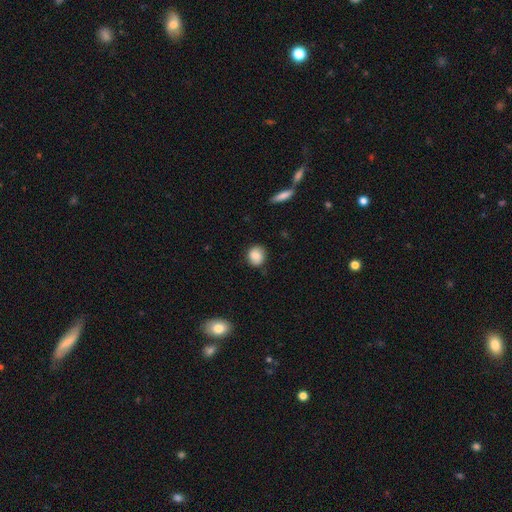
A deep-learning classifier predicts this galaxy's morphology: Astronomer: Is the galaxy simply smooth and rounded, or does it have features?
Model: smooth — 82%.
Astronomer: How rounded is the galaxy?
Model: round — 75%.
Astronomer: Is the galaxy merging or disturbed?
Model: none — 79%.